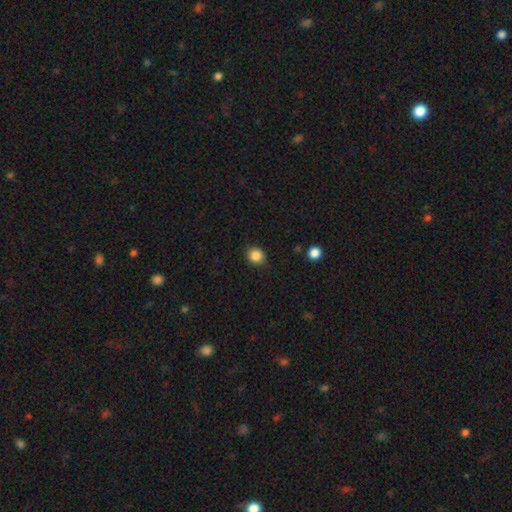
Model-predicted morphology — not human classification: A smooth galaxy with no disk features (86%) that is round (77%).

Vote fractions:
- Smooth or featured? smooth: 86% / star or artifact: 10% / featured or disk: 4%
- How rounded? round: 77% / in between: 22% / cigar-shaped: 1%
- Merging? none: 87% / minor disturbance: 10% / major disturbance: 2% / merger: 1%